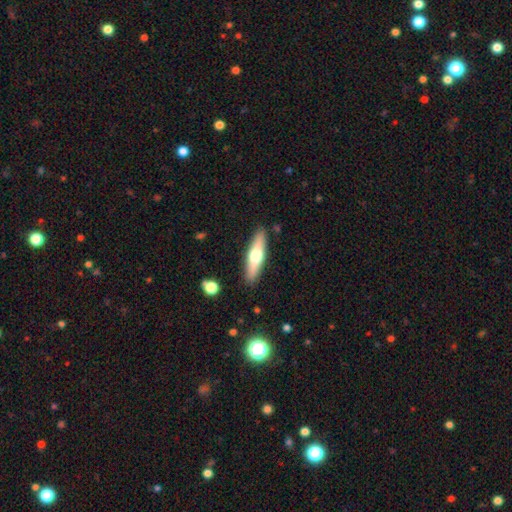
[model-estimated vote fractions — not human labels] A smooth galaxy with no disk features (50%) that is cigar-shaped (70%).

Vote fractions:
- Smooth or featured? smooth: 50% / featured or disk: 44% / star or artifact: 6%
- How rounded? cigar-shaped: 70% / in between: 28% / round: 2%
- Merging? none: 88% / minor disturbance: 8% / major disturbance: 2% / merger: 2%